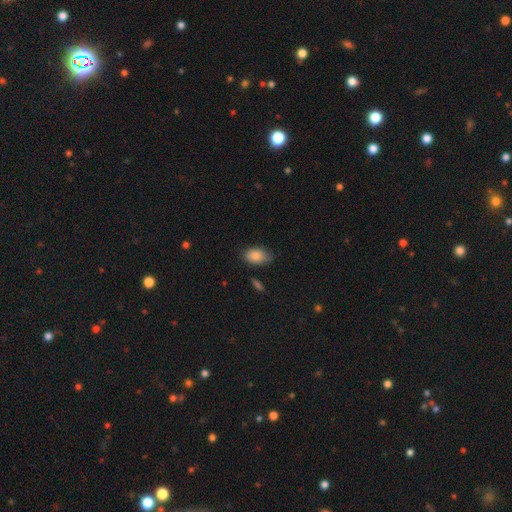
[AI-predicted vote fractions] Smooth or featured: smooth — 85% (star or artifact — 7%)
How rounded: in between — 88% (round — 10%)
Merging: none — 72% (minor disturbance — 22%)